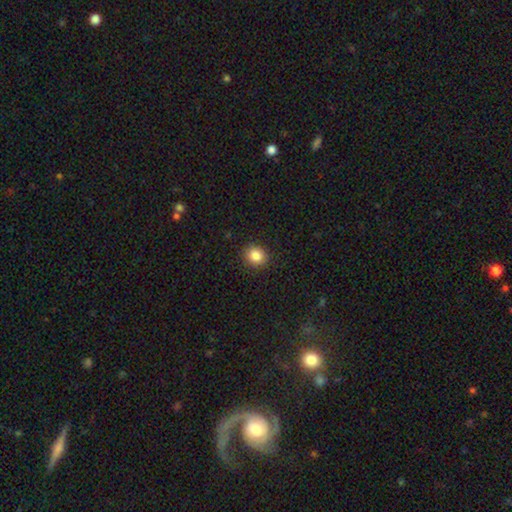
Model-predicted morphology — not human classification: Q: Smooth or featured?
A: smooth (86%); runner-up: star or artifact (10%)
Q: How rounded?
A: round (81%); runner-up: in between (18%)
Q: Merging?
A: none (90%); runner-up: minor disturbance (7%)